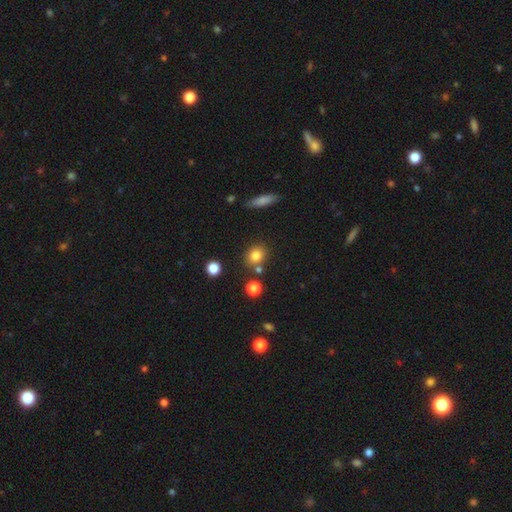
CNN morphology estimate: Overall: smooth (81%). How rounded: round (68%; in between 31%). Merging: none (73%).